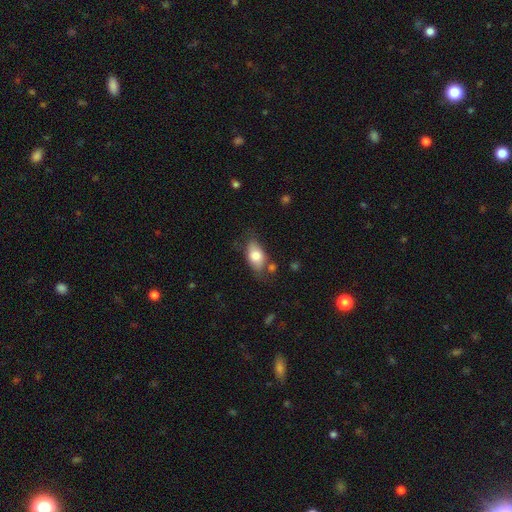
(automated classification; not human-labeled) smooth-or-featured: smooth: 75% | featured or disk: 18% | star or artifact: 7%
  how-rounded: in between: 88% | round: 7% | cigar-shaped: 5%
  merging: none: 64% | minor disturbance: 23% | major disturbance: 7% | merger: 5%